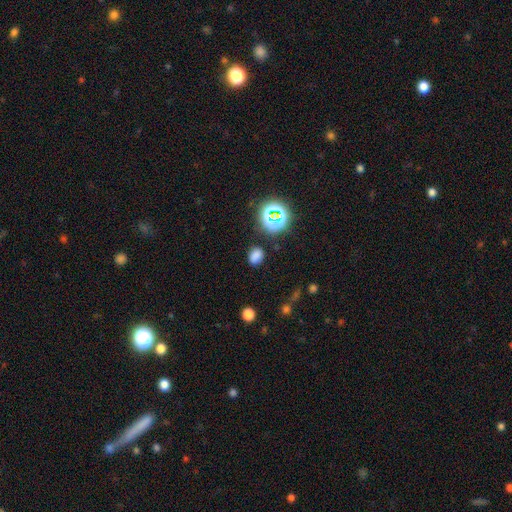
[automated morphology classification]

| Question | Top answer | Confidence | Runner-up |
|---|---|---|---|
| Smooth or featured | smooth | 73% | star or artifact (22%) |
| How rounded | in between | 58% | round (41%) |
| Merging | none | 82% | minor disturbance (12%) |